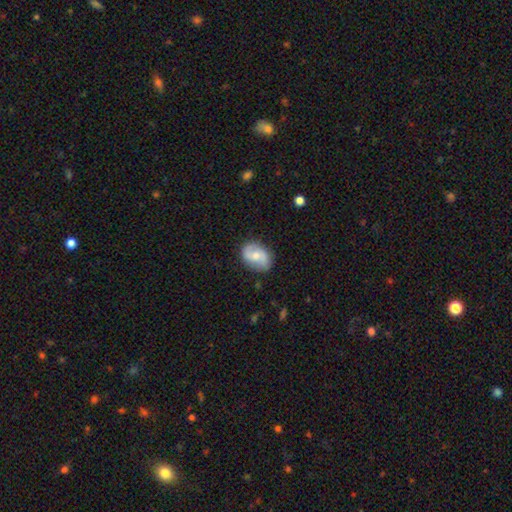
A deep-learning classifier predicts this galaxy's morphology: Overall: featured or disk (61%; smooth 33%). Edge-on disk: no (97%). Bar: no (54%; weak 37%). Spiral arms: yes (86%). Spiral arm count: 2 (87%). Spiral winding: medium (42%; loose 39%). Bulge size: moderate (57%; small 38%). Merging: none (80%).